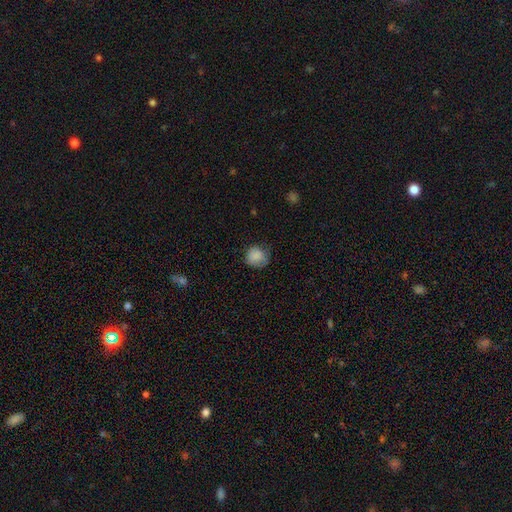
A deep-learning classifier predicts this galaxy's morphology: The model was most divided on "merging": none: 63%, minor disturbance: 27%, major disturbance: 9%, merger: 1%. More confident: how rounded — round (85%); smooth or featured — smooth (83%).